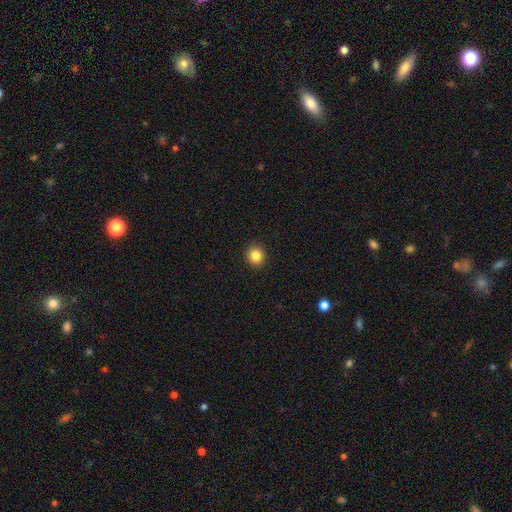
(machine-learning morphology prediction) This is clearly a smooth galaxy (85%). How rounded: clearly round (87%). Merging: clearly none (93%).